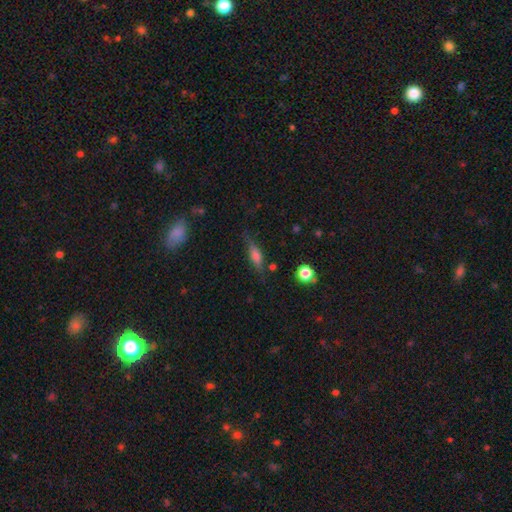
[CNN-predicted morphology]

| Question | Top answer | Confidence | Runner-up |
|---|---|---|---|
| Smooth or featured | smooth | 55% | featured or disk (35%) |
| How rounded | cigar-shaped | 54% | in between (41%) |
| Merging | none | 71% | minor disturbance (19%) |